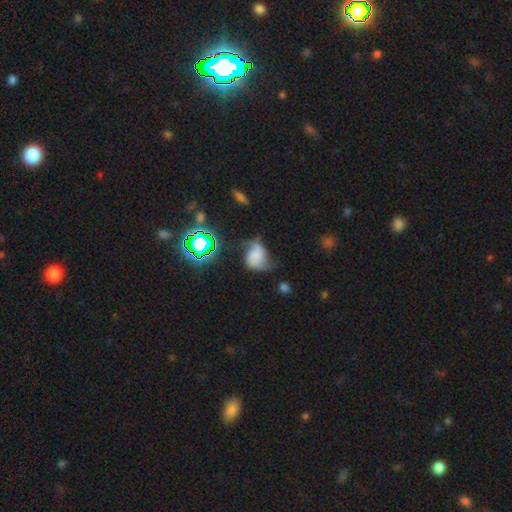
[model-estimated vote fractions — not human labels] Smooth or featured? Predicted: featured or disk (p=0.50). Edge-on disk? Predicted: no (p=0.97). Merging? Predicted: none (p=0.43).